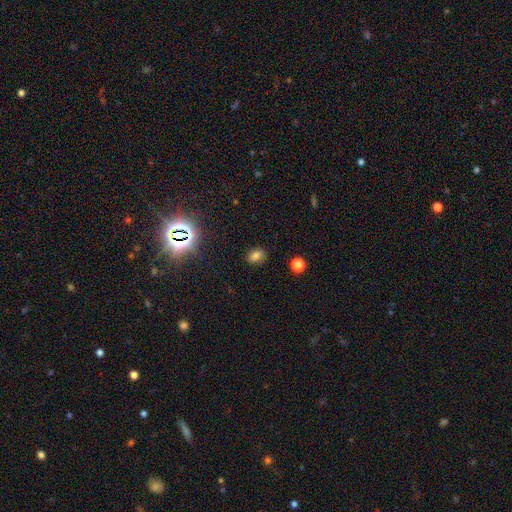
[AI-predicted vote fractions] smooth_or_featured: smooth (p=0.76) [alt: star or artifact p=0.18]
how_rounded: in between (p=0.67) [alt: round p=0.31]
merging: none (p=0.87) [alt: minor disturbance p=0.09]